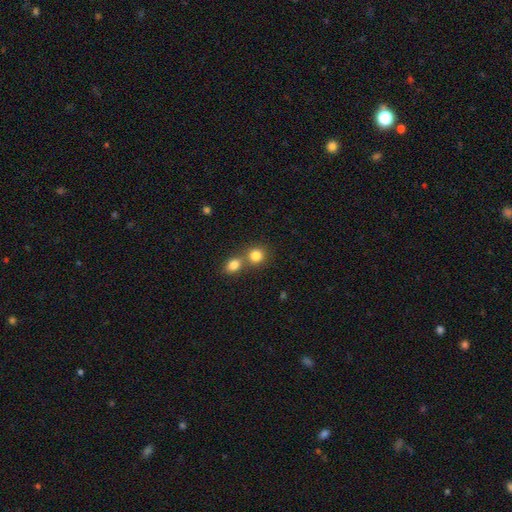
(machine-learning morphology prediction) type=smooth (83%); roundness=round (81%); merging=none (48%).